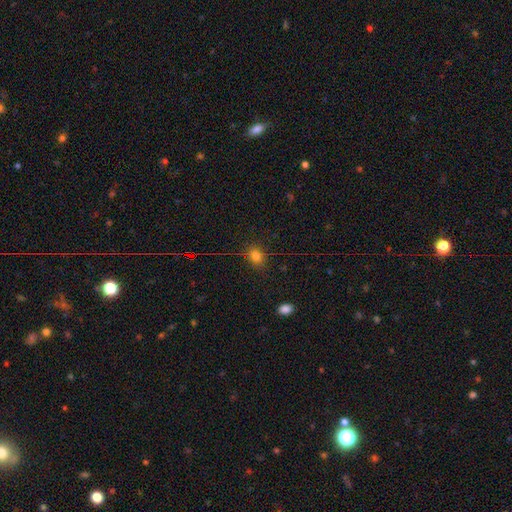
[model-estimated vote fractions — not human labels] Overall: smooth (76%). How rounded: round (58%; in between 40%). Merging: none (84%).